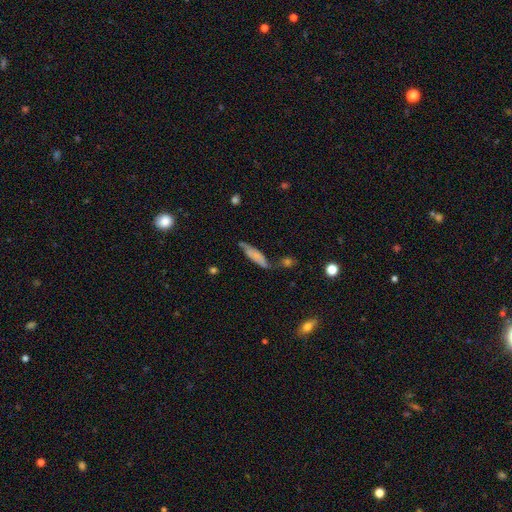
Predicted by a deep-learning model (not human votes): Morphology: type=smooth (62%); roundness=cigar-shaped (65%); merging=none (53%).